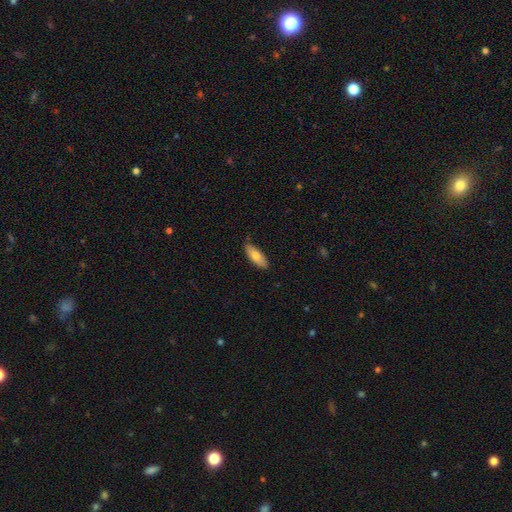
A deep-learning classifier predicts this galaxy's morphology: Overall: smooth (74%). How rounded: in between (77%). Merging: none (82%).